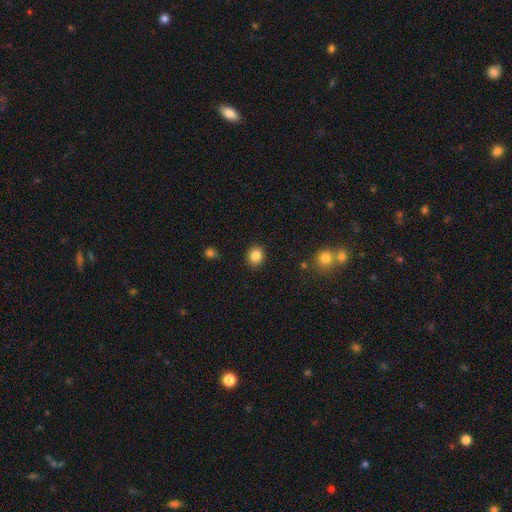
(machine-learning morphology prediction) Smooth or featured?
  - smooth: 85% *
  - star or artifact: 10%
  - featured or disk: 5%
How rounded?
  - round: 68% *
  - in between: 31%
  - cigar-shaped: 1%
Merging?
  - none: 89% *
  - minor disturbance: 7%
  - major disturbance: 2%
  - merger: 1%